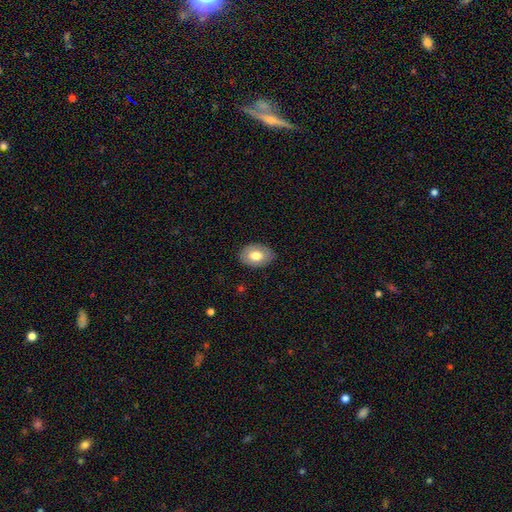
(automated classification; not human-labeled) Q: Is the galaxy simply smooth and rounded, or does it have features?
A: smooth — 71%.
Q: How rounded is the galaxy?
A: in between — 84%.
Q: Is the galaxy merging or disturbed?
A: none — 86%.